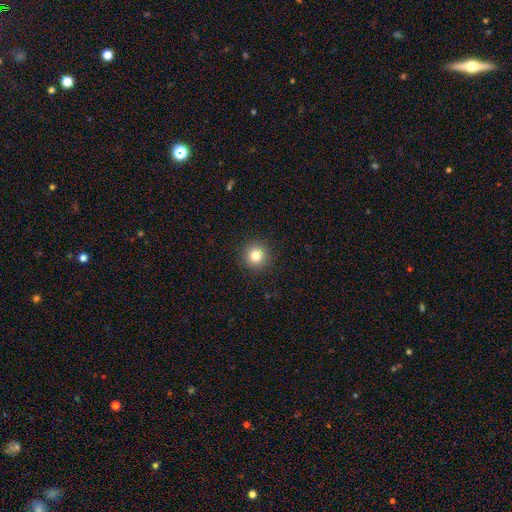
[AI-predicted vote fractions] This appears to be a smooth galaxy with no disk features (81%) that is round (95%). Merging: none (92%).